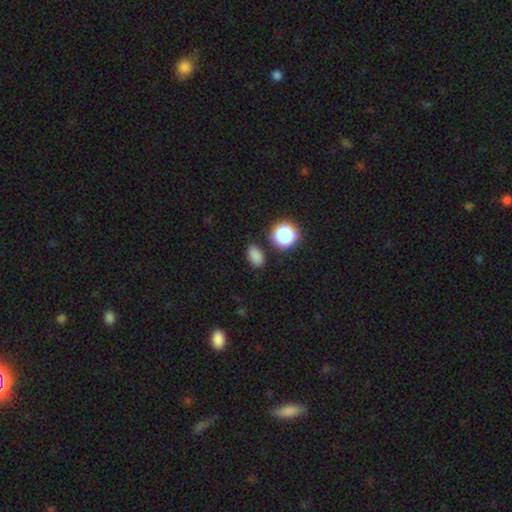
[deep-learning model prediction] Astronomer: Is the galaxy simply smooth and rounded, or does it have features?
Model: smooth — 80%.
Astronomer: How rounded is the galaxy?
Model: in between — 82%.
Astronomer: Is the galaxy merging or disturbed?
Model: none — 83%.